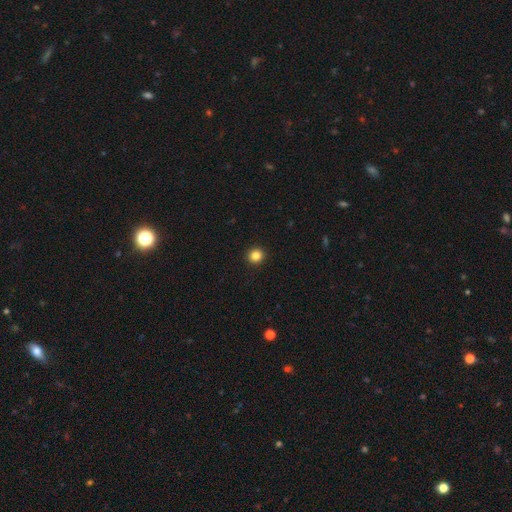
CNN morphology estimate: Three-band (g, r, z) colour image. It shows a smooth galaxy with no disk features (85%) that is round (93%). Merging: none (93%).